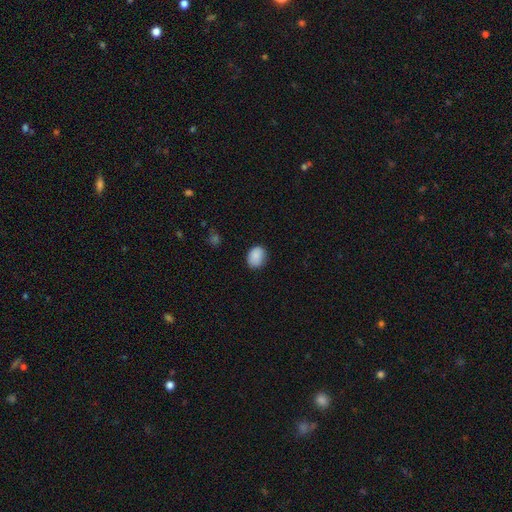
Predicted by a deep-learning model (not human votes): Smooth or featured: smooth — 89% (star or artifact — 8%)
How rounded: in between — 61% (round — 38%)
Merging: none — 82% (minor disturbance — 14%)